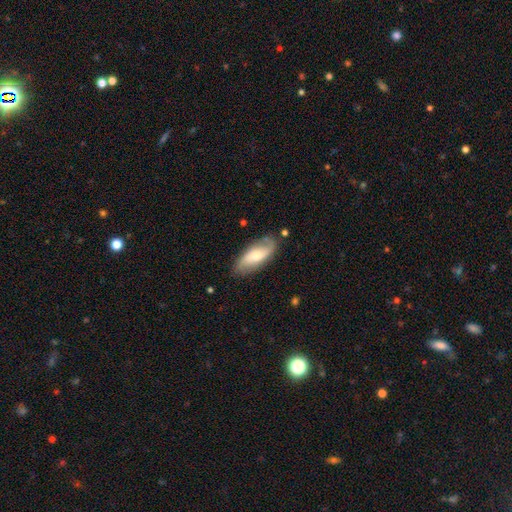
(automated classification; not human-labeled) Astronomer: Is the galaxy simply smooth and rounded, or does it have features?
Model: smooth — 55% (runner-up: featured or disk, 39%).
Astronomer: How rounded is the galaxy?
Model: in between — 80%.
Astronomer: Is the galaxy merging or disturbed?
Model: none — 75%.